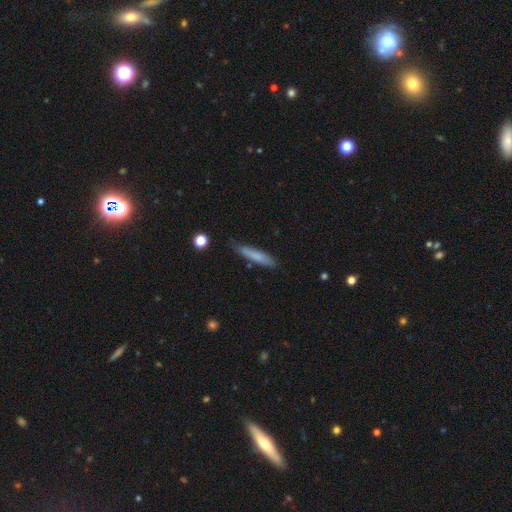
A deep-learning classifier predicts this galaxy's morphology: This appears to be a smooth galaxy with no disk features (75%) that is cigar-shaped (89%). Merging: none (76%).